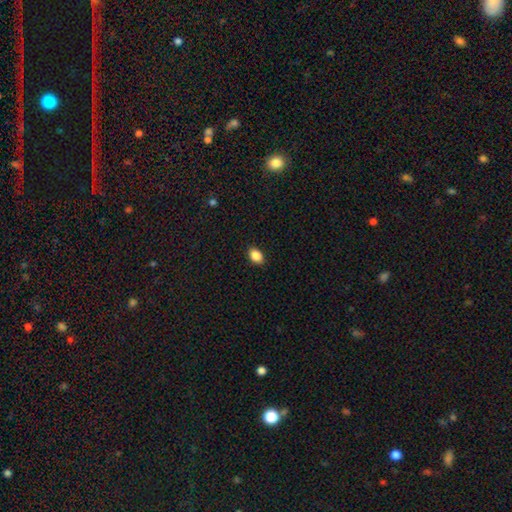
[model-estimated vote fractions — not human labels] Smooth or featured?
  - smooth: 87% *
  - star or artifact: 9%
  - featured or disk: 4%
How rounded?
  - in between: 80% *
  - round: 18%
  - cigar-shaped: 1%
Merging?
  - none: 88% *
  - minor disturbance: 9%
  - major disturbance: 2%
  - merger: 1%